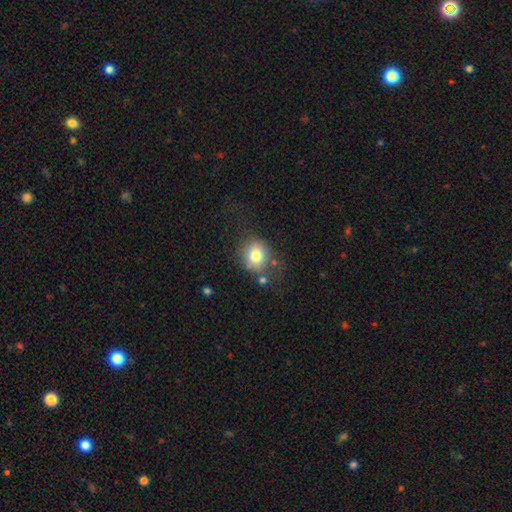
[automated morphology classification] Smooth or featured?
  - smooth: 77% *
  - featured or disk: 12%
  - star or artifact: 11%
How rounded?
  - round: 76% *
  - in between: 23%
  - cigar-shaped: 1%
Merging?
  - none: 66% *
  - minor disturbance: 17%
  - major disturbance: 10%
  - merger: 7%